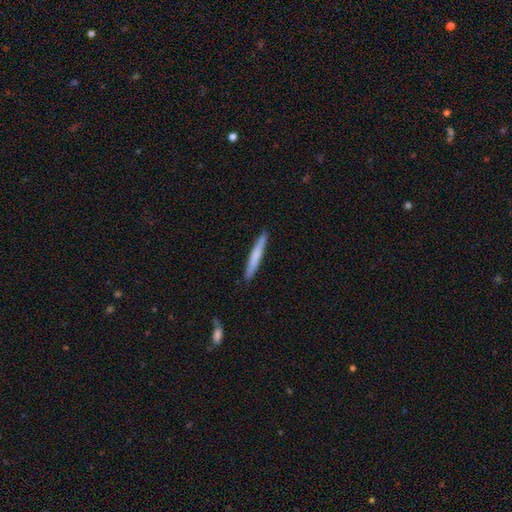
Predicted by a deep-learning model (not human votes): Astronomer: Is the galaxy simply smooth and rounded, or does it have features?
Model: smooth — 67%.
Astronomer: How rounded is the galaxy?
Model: cigar-shaped — 96%.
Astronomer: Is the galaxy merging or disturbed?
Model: none — 90%.